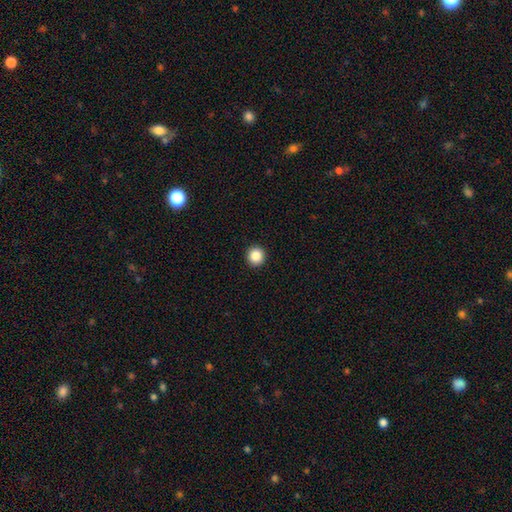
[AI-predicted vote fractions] smooth_or_featured: smooth (p=0.87) [alt: star or artifact p=0.10]
how_rounded: round (p=0.95) [alt: in between p=0.04]
merging: none (p=0.94) [alt: minor disturbance p=0.04]